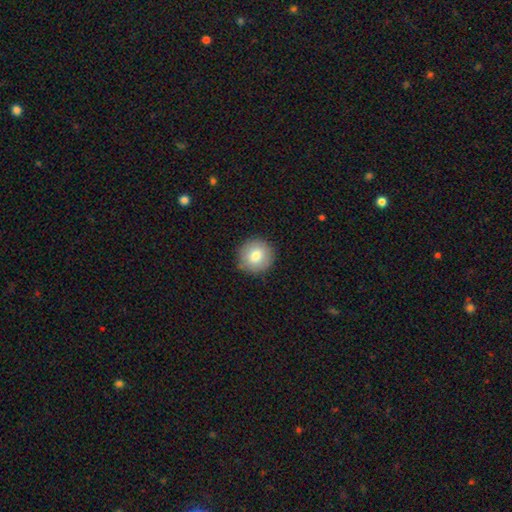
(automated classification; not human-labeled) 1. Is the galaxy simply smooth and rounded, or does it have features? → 81% smooth, 11% featured or disk, 8% star or artifact.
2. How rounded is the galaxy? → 93% round, 6% in between, 1% cigar-shaped.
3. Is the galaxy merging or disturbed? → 88% none, 9% minor disturbance, 2% major disturbance, 1% merger.